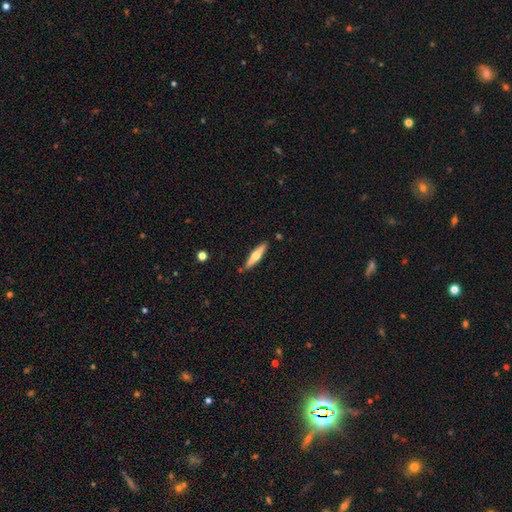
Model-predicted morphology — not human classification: A smooth galaxy with no disk features (49%).

Vote fractions:
- Smooth or featured? smooth: 49% / featured or disk: 45% / star or artifact: 5%
- Merging? none: 87% / minor disturbance: 9% / merger: 2% / major disturbance: 2%